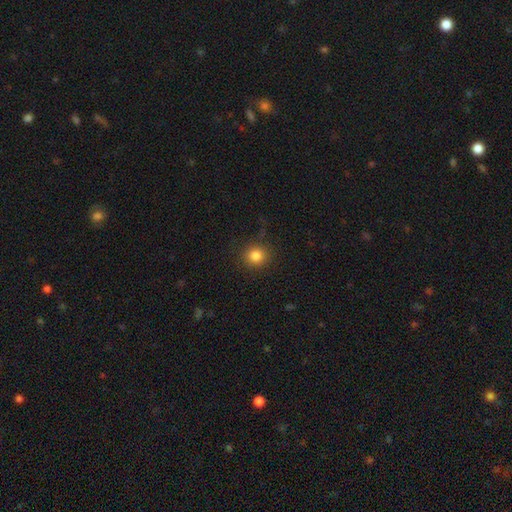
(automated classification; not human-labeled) Smooth or featured? Predicted: smooth (p=0.83). How rounded? Predicted: round (p=0.90). Merging? Predicted: none (p=0.87).